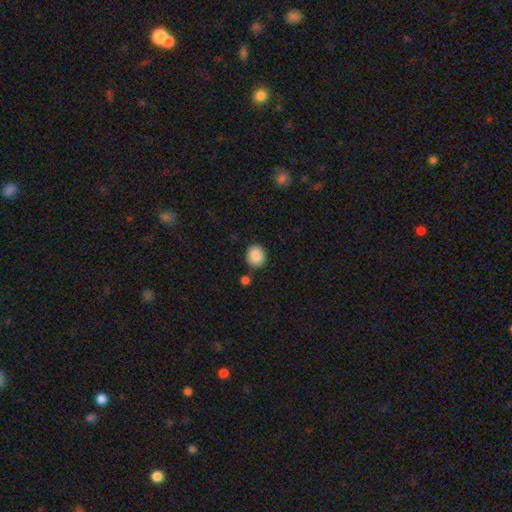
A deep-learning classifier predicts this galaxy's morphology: smooth_or_featured: smooth (p=0.87) [alt: star or artifact p=0.08]
how_rounded: round (p=0.82) [alt: in between p=0.18]
merging: none (p=0.85) [alt: minor disturbance p=0.08]